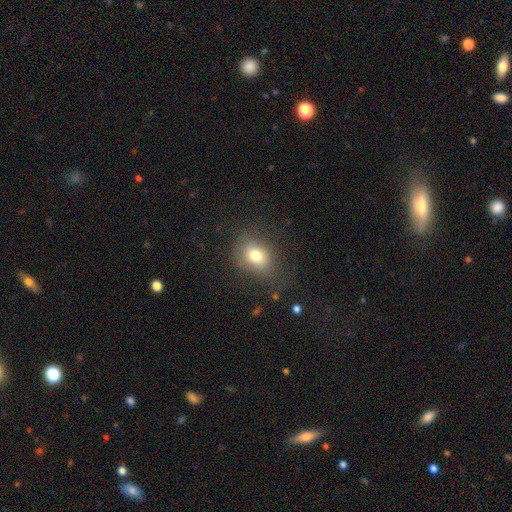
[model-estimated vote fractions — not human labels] smooth-or-featured: smooth: 76% | featured or disk: 12% | star or artifact: 12%
  how-rounded: in between: 57% | round: 41% | cigar-shaped: 1%
  merging: none: 69% | minor disturbance: 19% | major disturbance: 11% | merger: 2%